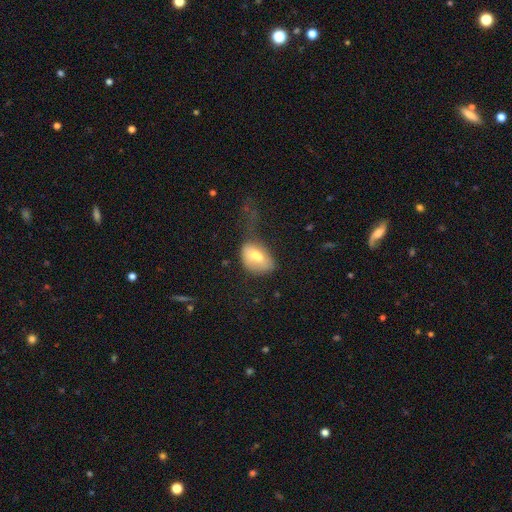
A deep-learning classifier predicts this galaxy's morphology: Smooth or featured? smooth (63%)
How rounded? in between (81%)
Merging? merger (35%)